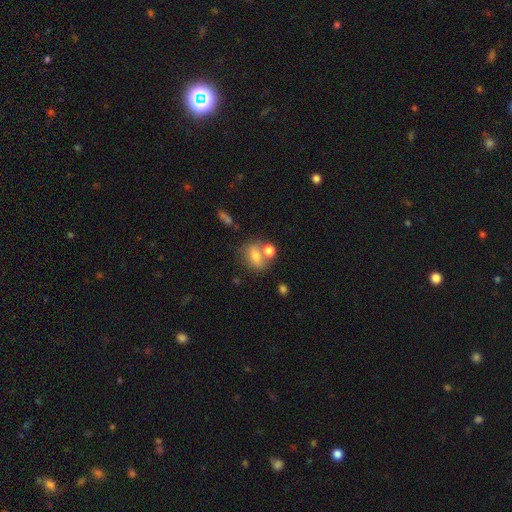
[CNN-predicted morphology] A smooth galaxy with no disk features (70%) that is in between round and cigar-shaped (60%). Merging: none (48%).